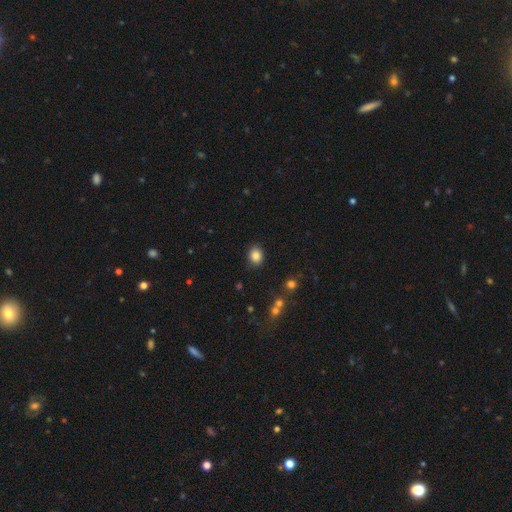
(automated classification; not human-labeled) smooth_or_featured: smooth (p=0.84) [alt: star or artifact p=0.10]
how_rounded: round (p=0.55) [alt: in between p=0.44]
merging: none (p=0.87) [alt: minor disturbance p=0.09]